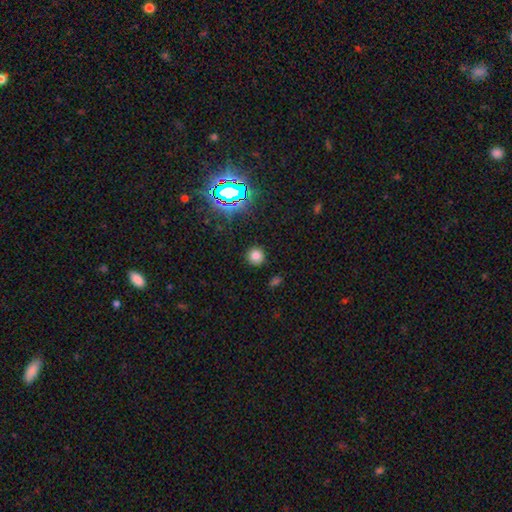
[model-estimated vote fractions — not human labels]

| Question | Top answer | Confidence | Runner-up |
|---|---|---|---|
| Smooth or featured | smooth | 76% | star or artifact (18%) |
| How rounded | round | 94% | in between (5%) |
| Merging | none | 90% | minor disturbance (6%) |